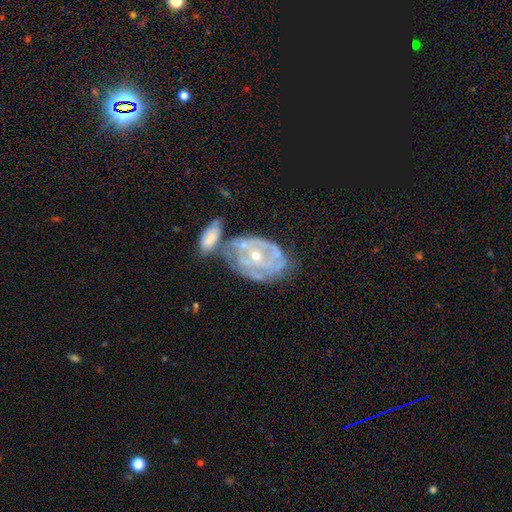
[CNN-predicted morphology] This is clearly a featured or disk galaxy (81%). It is clearly not viewed edge-on (96%). Bar: likely no (72%). Spiral arm pattern: likely yes (78%). Spiral arm count: possibly can't tell (53%). Spiral winding: likely tight (69%). Central bulge: possibly small (56%). Merging: marginally merger (39%).